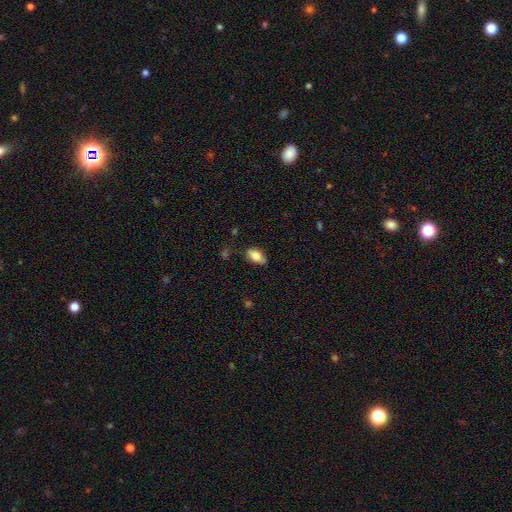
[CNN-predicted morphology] This appears to be a smooth galaxy with no disk features (81%) that is in between round and cigar-shaped (91%). Merging: none (75%).